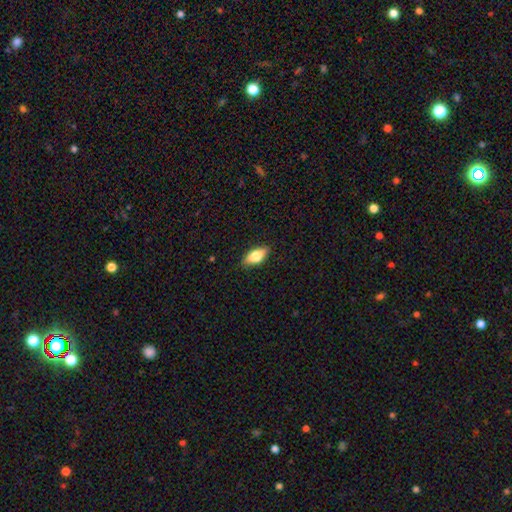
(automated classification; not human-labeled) Morphology: type=smooth (73%); roundness=in between (83%); merging=none (85%).